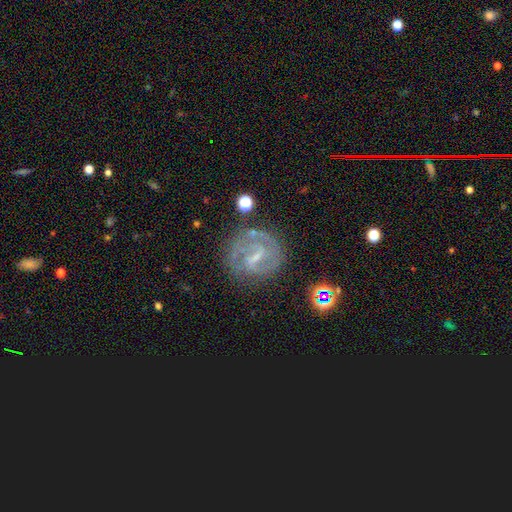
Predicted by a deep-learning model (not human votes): smooth_or_featured: featured or disk (p=0.77) [alt: smooth p=0.12]
disk_edge_on: no (p=0.97) [alt: yes p=0.03]
bar: weak (p=0.44) [alt: strong p=0.42]
has_spiral_arms: yes (p=0.87) [alt: no p=0.13]
spiral_winding: tight (p=0.51) [alt: medium p=0.37]
spiral_arm_count: 2 (p=0.60) [alt: can't tell p=0.22]
bulge_size: small (p=0.49) [alt: none p=0.30]
merging: none (p=0.70) [alt: minor disturbance p=0.16]